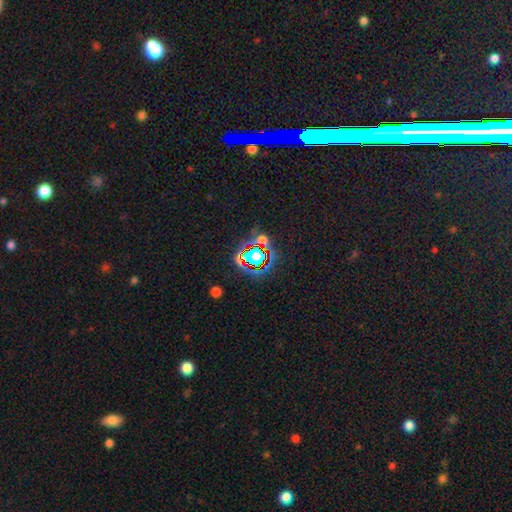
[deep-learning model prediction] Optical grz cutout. It shows a star or artifact, not a galaxy (63%).